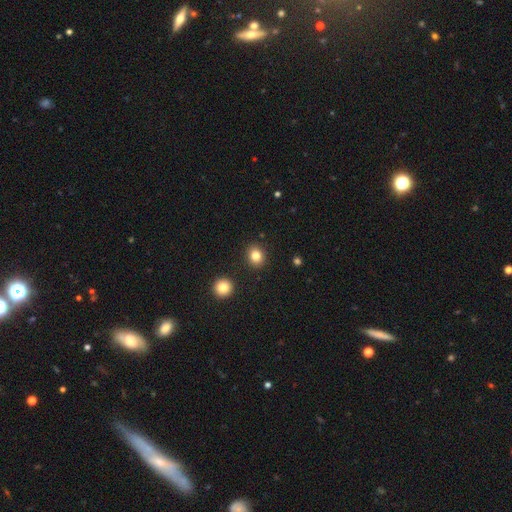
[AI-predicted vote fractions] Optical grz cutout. It shows a smooth galaxy with no disk features (82%) that is round (72%). Merging: none (89%).